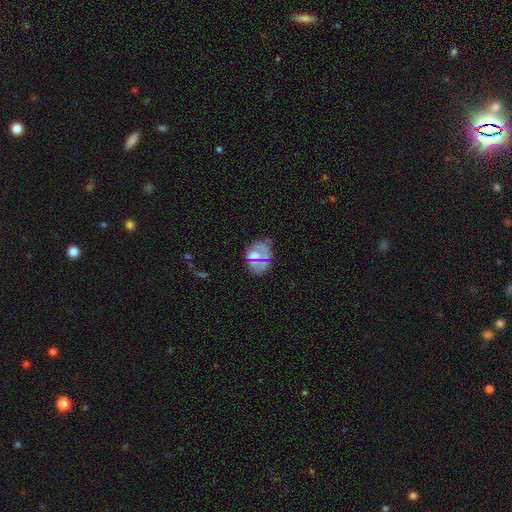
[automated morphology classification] Smooth or featured: smooth — 41% (featured or disk — 34%)
Merging: none — 62% (minor disturbance — 19%)